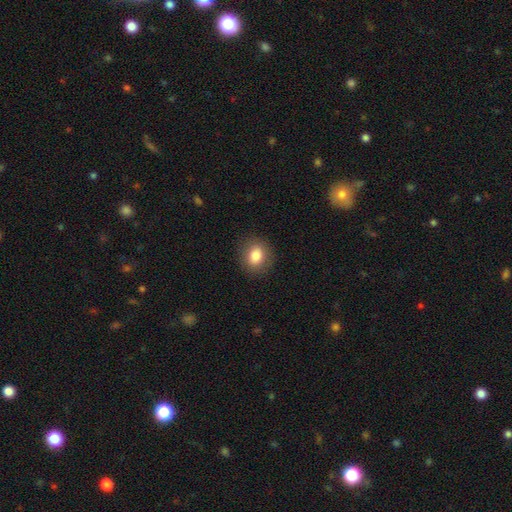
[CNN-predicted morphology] type=smooth (83%); roundness=round (66%); merging=none (87%).